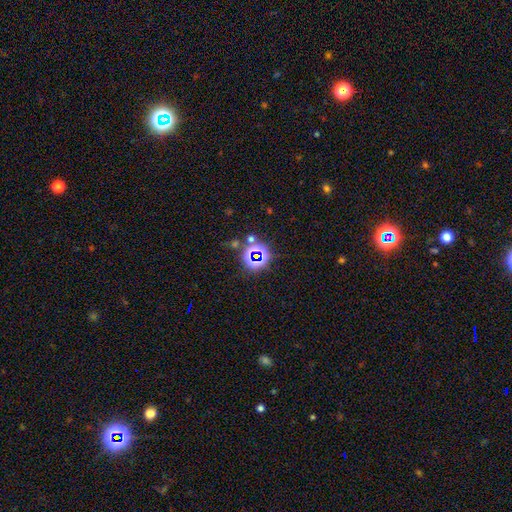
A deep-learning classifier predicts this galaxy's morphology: type=star or artifact (68%).